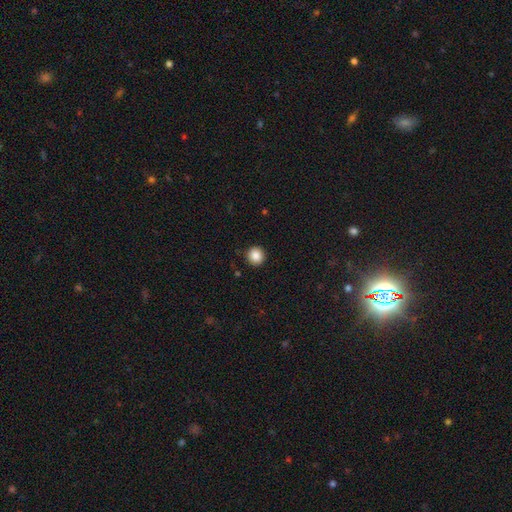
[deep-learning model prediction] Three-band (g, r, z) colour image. It shows a smooth galaxy with no disk features (87%) that is round (94%). Merging: none (92%).